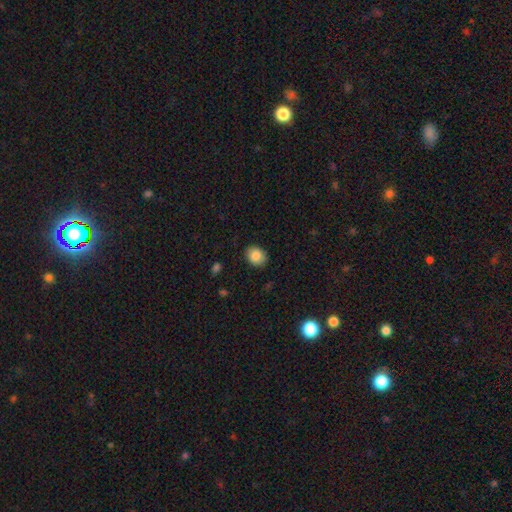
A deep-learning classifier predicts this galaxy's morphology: Smooth or featured? Predicted: smooth (p=0.85). How rounded? Predicted: round (p=0.52). Merging? Predicted: none (p=0.88).